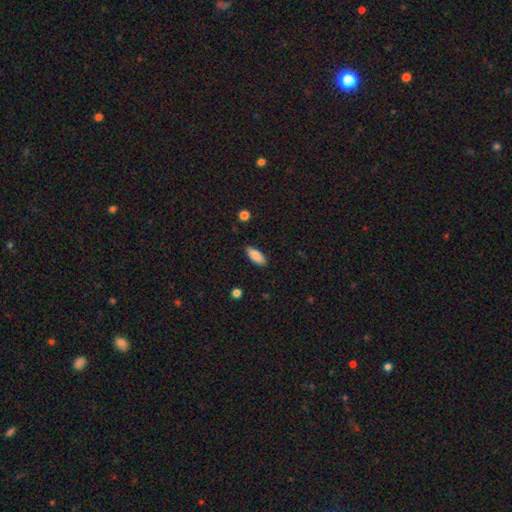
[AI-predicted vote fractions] The model was most divided on "how rounded": in between: 80%, cigar-shaped: 19%, round: 2%. More confident: smooth or featured — smooth (87%); merging — none (85%).